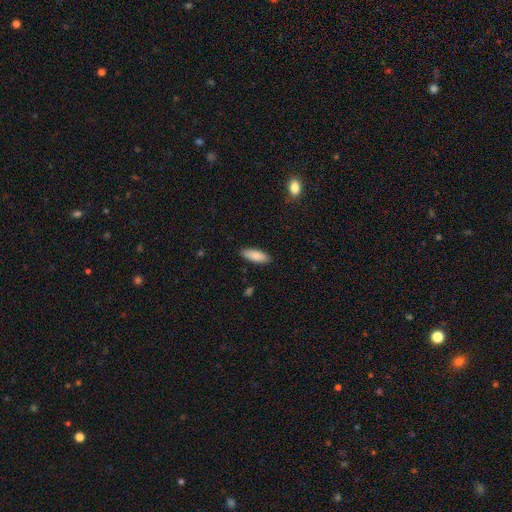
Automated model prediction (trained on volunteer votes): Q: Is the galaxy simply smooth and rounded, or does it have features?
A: smooth — 86%.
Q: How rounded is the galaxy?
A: in between — 75%.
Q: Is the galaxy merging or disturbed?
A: none — 88%.